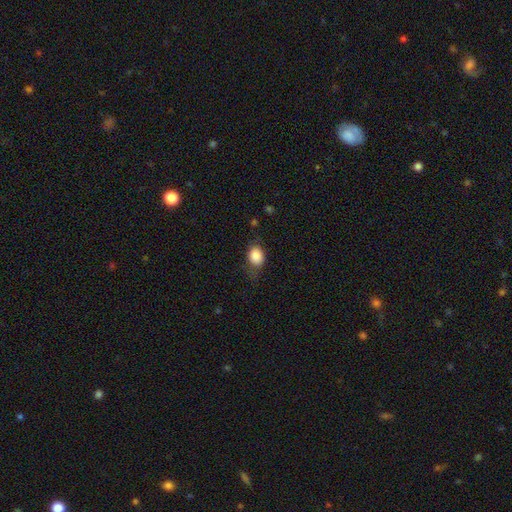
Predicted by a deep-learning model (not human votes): Overall: smooth (84%). How rounded: in between (56%; round 43%). Merging: none (57%; minor disturbance 29%).